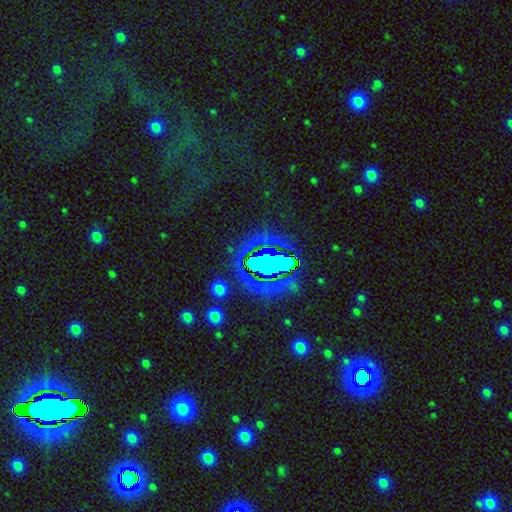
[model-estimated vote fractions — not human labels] A star or artifact, not a galaxy (72%).

Vote fractions:
- Smooth or featured? star or artifact: 72% / smooth: 16% / featured or disk: 12%